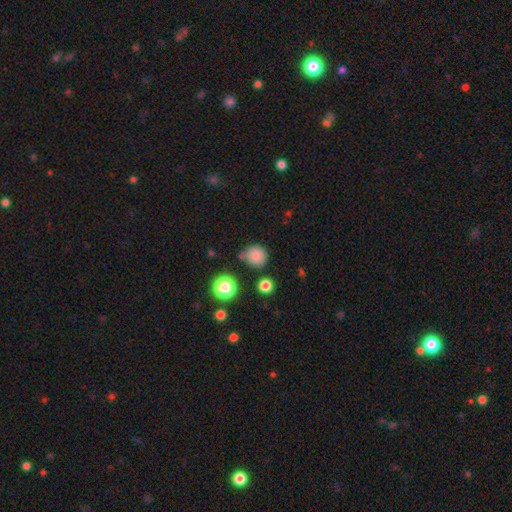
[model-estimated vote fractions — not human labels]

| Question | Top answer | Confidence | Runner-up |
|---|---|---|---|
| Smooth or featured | smooth | 81% | star or artifact (14%) |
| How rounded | round | 84% | in between (15%) |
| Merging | none | 64% | minor disturbance (24%) |